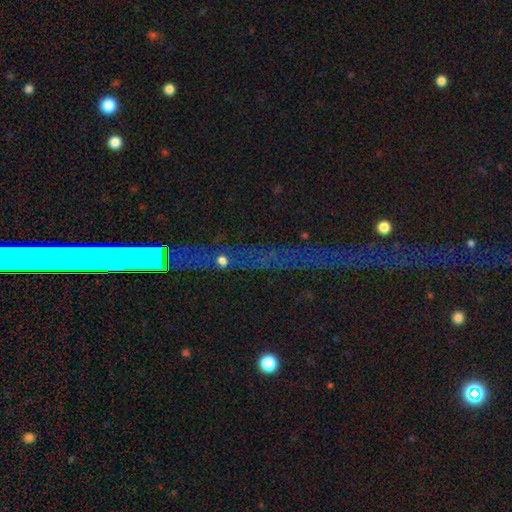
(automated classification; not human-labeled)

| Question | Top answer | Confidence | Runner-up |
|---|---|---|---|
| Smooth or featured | star or artifact | 55% | featured or disk (30%) |